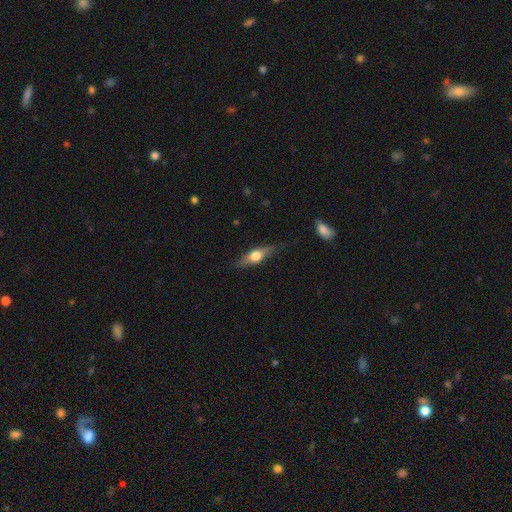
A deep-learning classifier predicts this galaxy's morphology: Smooth or featured?
  - featured or disk: 53% *
  - smooth: 41%
  - star or artifact: 6%
Edge-on disk?
  - yes: 91% *
  - no: 9%
Merging?
  - none: 80% *
  - minor disturbance: 15%
  - major disturbance: 4%
  - merger: 1%